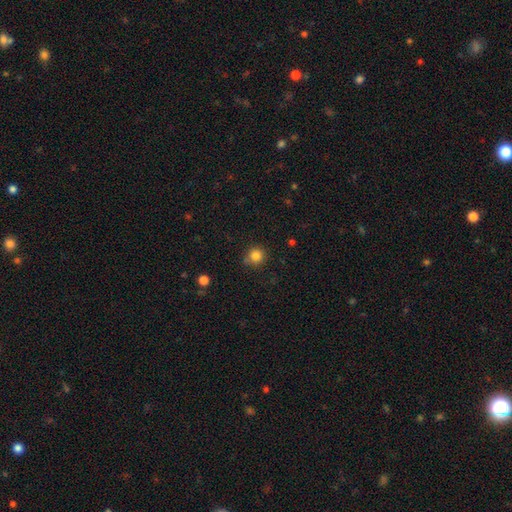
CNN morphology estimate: Smooth or featured?
  - smooth: 83% *
  - star or artifact: 12%
  - featured or disk: 5%
How rounded?
  - round: 92% *
  - in between: 7%
  - cigar-shaped: 1%
Merging?
  - none: 77% *
  - minor disturbance: 14%
  - merger: 6%
  - major disturbance: 3%